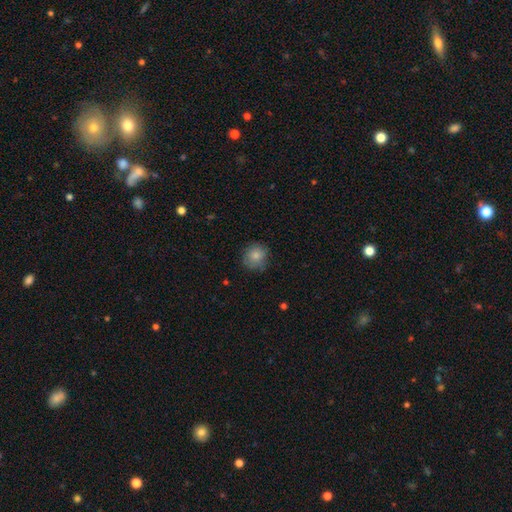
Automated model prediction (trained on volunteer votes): smooth 81%, featured or disk 10%, star or artifact 8%. Down the decision tree: how rounded — round (88%); merging — none (78%).